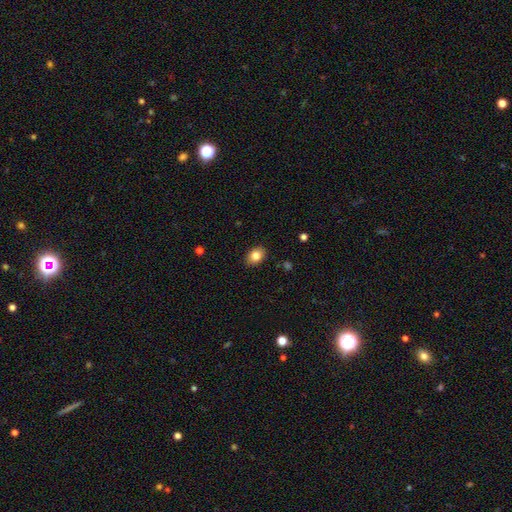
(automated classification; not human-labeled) Smooth or featured: smooth — 82% (featured or disk — 9%)
How rounded: in between — 74% (round — 25%)
Merging: none — 88% (minor disturbance — 9%)